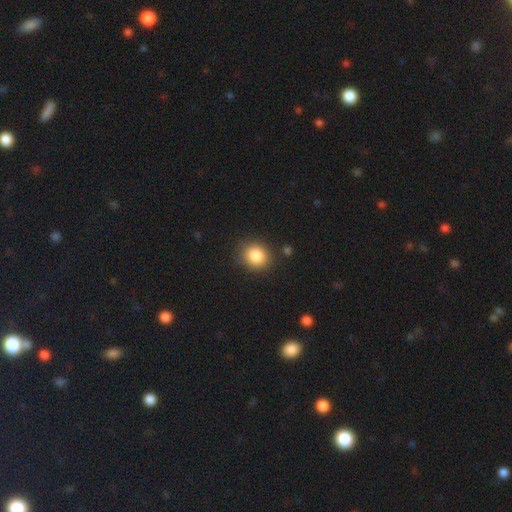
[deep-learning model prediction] Smooth or featured? smooth (85%)
How rounded? round (73%)
Merging? none (85%)